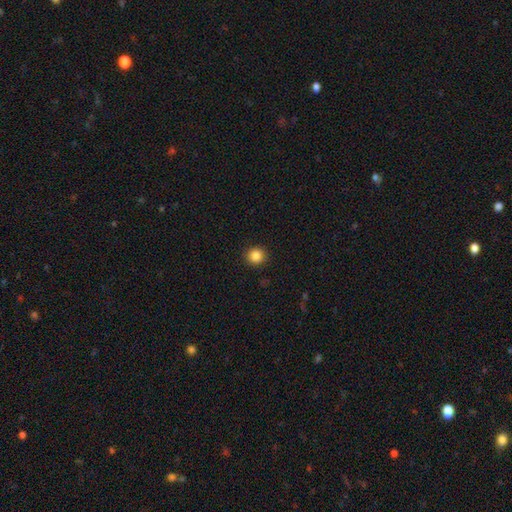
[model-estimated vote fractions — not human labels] smooth_or_featured: smooth (p=0.85) [alt: star or artifact p=0.11]
how_rounded: round (p=0.93) [alt: in between p=0.06]
merging: none (p=0.92) [alt: minor disturbance p=0.05]